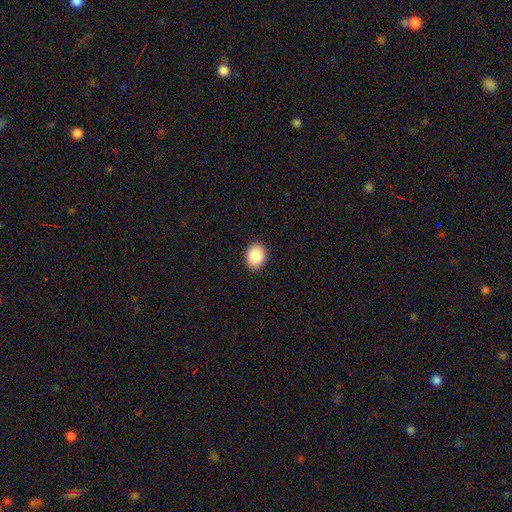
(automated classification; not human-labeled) smooth 88%, star or artifact 8%, featured or disk 4%. Down the decision tree: how rounded — round (50%); merging — none (90%).